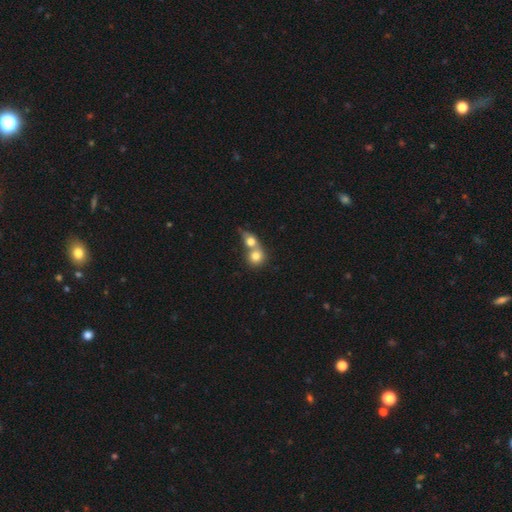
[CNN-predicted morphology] A smooth galaxy with no disk features (77%) that is round (77%).

Vote fractions:
- Smooth or featured? smooth: 77% / featured or disk: 14% / star or artifact: 9%
- How rounded? round: 77% / in between: 21% / cigar-shaped: 2%
- Merging? merger: 69% / none: 23% / minor disturbance: 5% / major disturbance: 3%